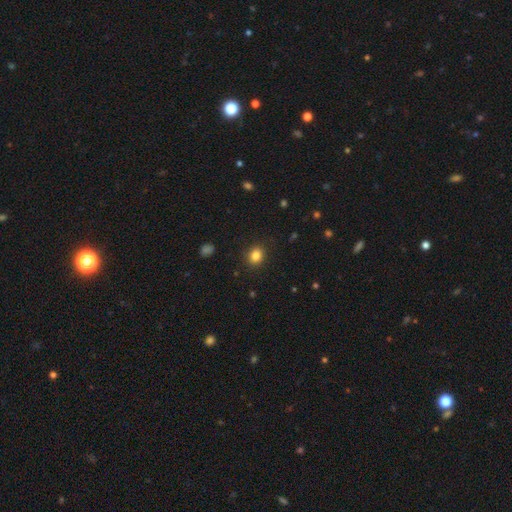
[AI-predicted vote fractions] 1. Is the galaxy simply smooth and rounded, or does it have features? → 84% smooth, 11% star or artifact, 5% featured or disk.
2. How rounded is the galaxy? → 69% round, 30% in between, 1% cigar-shaped.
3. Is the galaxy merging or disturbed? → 88% none, 8% minor disturbance, 3% major disturbance, 1% merger.